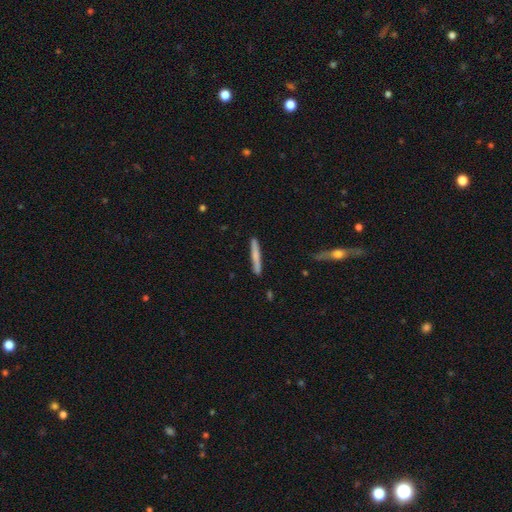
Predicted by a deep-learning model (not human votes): A smooth galaxy with no disk features (65%) that is cigar-shaped (95%). Merging: none (87%).